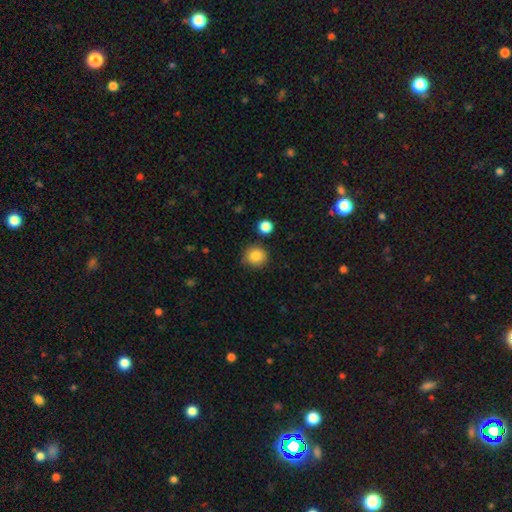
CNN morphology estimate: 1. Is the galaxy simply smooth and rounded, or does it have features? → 83% smooth, 10% star or artifact, 7% featured or disk.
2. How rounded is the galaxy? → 90% round, 9% in between, 1% cigar-shaped.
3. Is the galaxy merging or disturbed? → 83% none, 11% minor disturbance, 4% merger, 3% major disturbance.